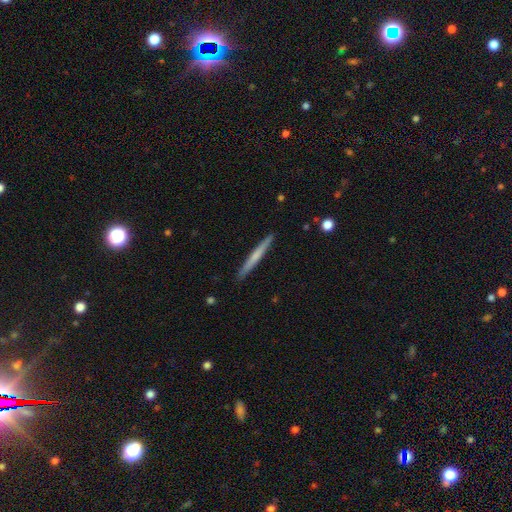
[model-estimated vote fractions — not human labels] A smooth galaxy with no disk features (52%) that is cigar-shaped (97%).

Vote fractions:
- Smooth or featured? smooth: 52% / featured or disk: 43% / star or artifact: 5%
- How rounded? cigar-shaped: 97% / in between: 2% / round: 1%
- Merging? none: 92% / minor disturbance: 6% / major disturbance: 1% / merger: 1%